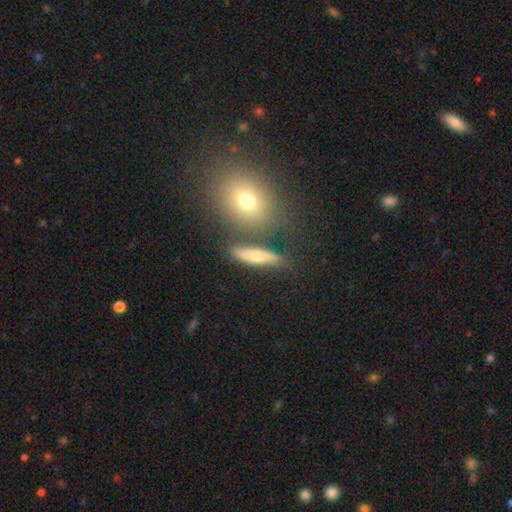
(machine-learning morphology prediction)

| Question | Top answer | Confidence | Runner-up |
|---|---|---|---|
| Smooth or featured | smooth | 62% | featured or disk (27%) |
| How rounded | cigar-shaped | 60% | in between (29%) |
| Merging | none | 71% | minor disturbance (13%) |